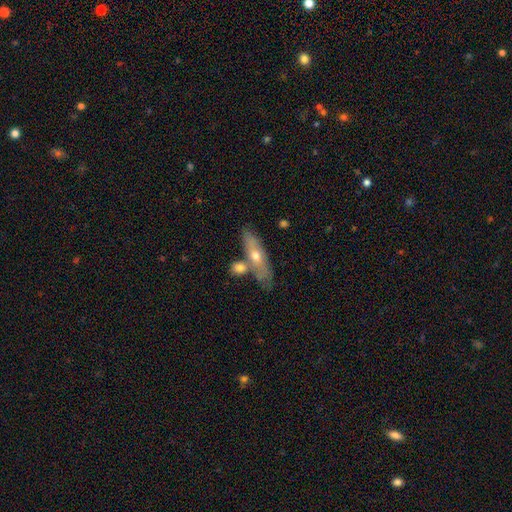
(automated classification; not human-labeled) Overall: featured or disk (48%; smooth 45%). Merging: none (59%; merger 22%).